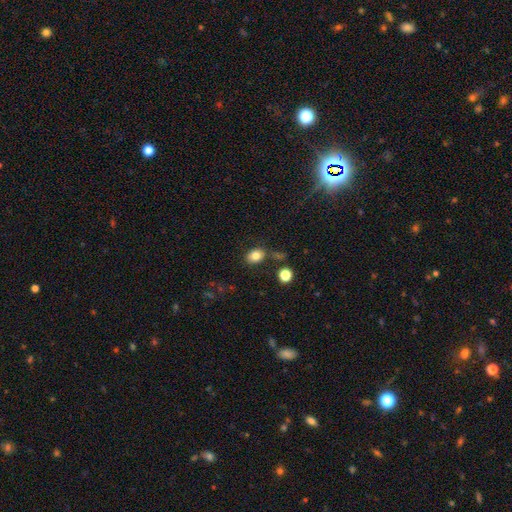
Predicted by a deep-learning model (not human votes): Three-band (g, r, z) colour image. It shows a smooth galaxy with no disk features (82%) that is in between round and cigar-shaped (67%). Merging: none (76%).